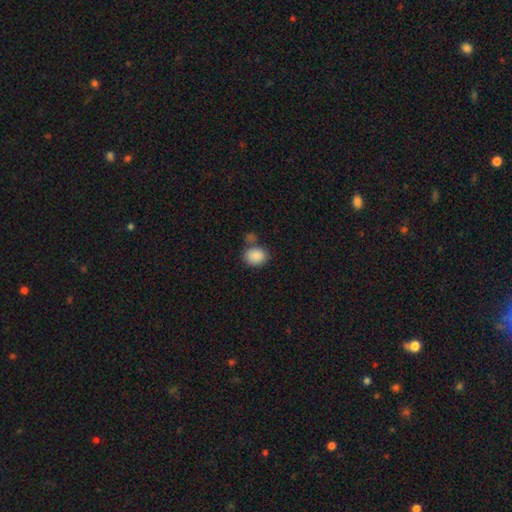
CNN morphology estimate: Smooth or featured: smooth — 88% (star or artifact — 8%)
How rounded: round — 50% (in between — 49%)
Merging: none — 64% (merger — 18%)